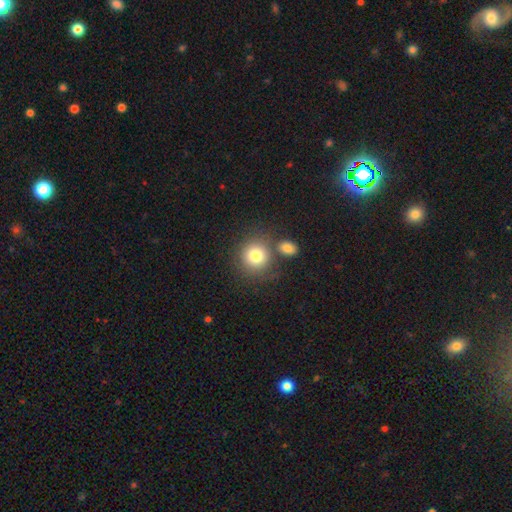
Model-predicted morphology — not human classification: Smooth or featured?
  - smooth: 79% *
  - featured or disk: 10%
  - star or artifact: 10%
How rounded?
  - round: 88% *
  - in between: 11%
  - cigar-shaped: 1%
Merging?
  - none: 64% *
  - merger: 21%
  - minor disturbance: 11%
  - major disturbance: 5%